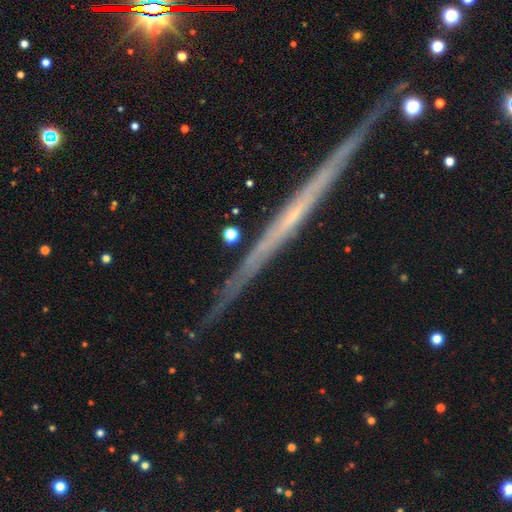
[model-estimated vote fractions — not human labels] A featured or disk galaxy (73%) viewed edge-on (96%) with no central bulge (82%). Merging: none (85%).